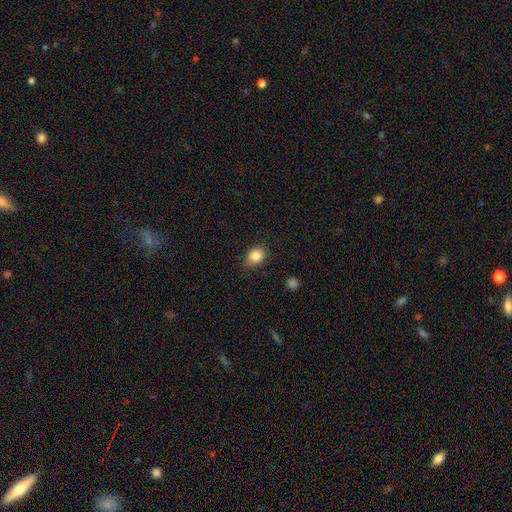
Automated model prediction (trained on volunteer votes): A smooth galaxy with no disk features (85%) that is in between round and cigar-shaped (50%). Merging: none (79%).